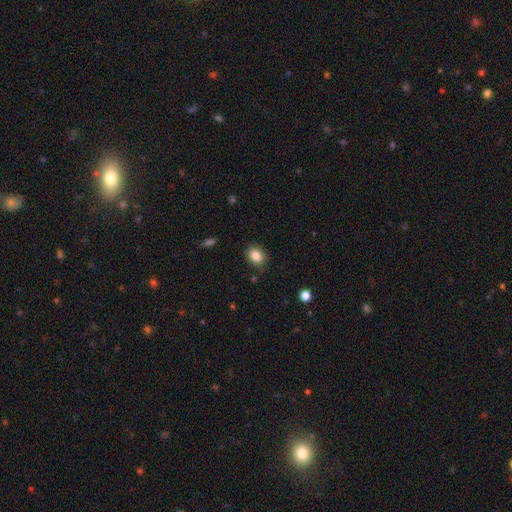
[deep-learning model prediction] Morphology: type=smooth (85%); roundness=in between (61%); merging=none (86%).